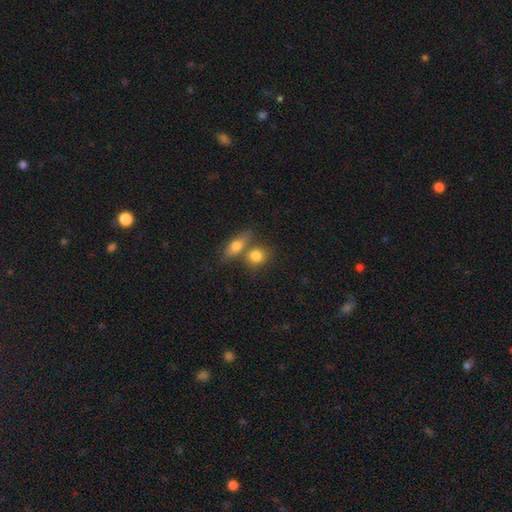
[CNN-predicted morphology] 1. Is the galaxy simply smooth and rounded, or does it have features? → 80% smooth, 12% featured or disk, 8% star or artifact.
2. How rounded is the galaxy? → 59% round, 36% in between, 4% cigar-shaped.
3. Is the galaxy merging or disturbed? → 47% none, 39% merger, 10% minor disturbance, 4% major disturbance.